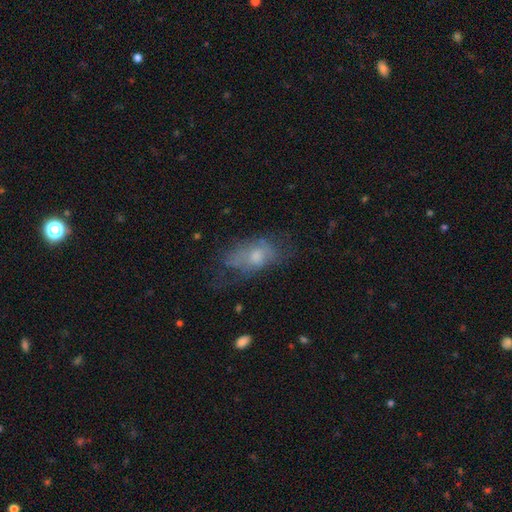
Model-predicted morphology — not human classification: Smooth or featured? Predicted: smooth (p=0.48). Merging? Predicted: none (p=0.46).